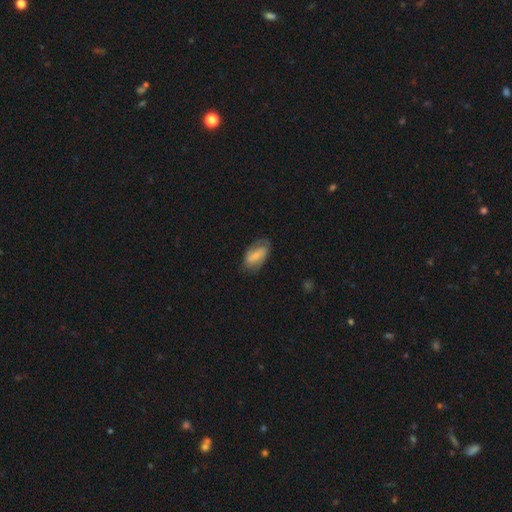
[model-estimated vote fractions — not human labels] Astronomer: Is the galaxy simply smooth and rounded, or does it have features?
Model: smooth — 51% (runner-up: featured or disk, 42%).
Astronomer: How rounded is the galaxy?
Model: in between — 90%.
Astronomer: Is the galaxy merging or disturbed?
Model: none — 69%.